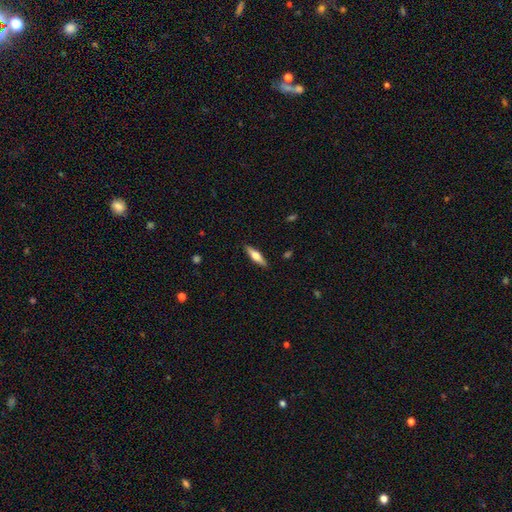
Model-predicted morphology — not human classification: A featured or disk galaxy (47%, tied with smooth). Merging: none (89%).